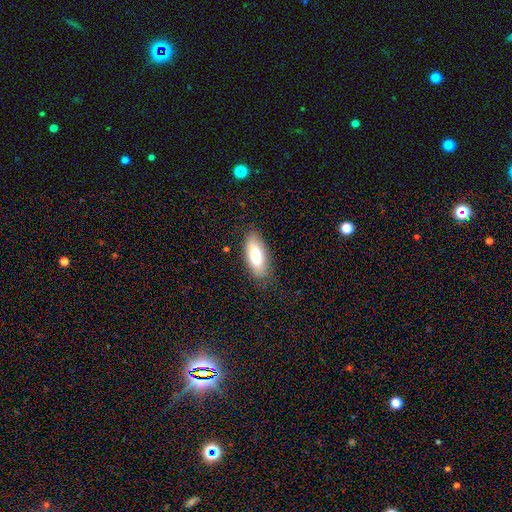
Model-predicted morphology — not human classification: Smooth or featured? Predicted: smooth (p=0.82). How rounded? Predicted: in between (p=0.83). Merging? Predicted: none (p=0.80).